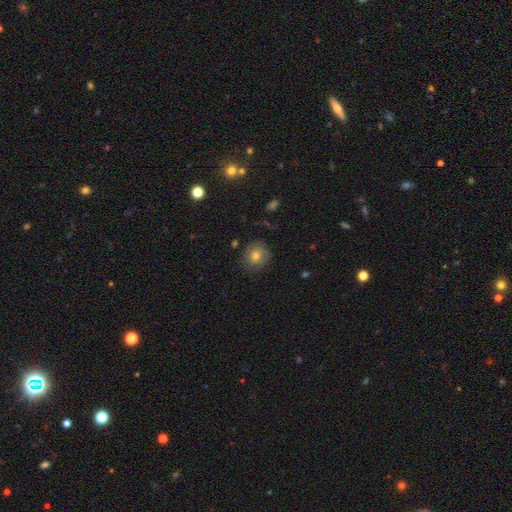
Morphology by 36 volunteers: type=smooth (64%); roundness=round (91%); merging=none (85%).